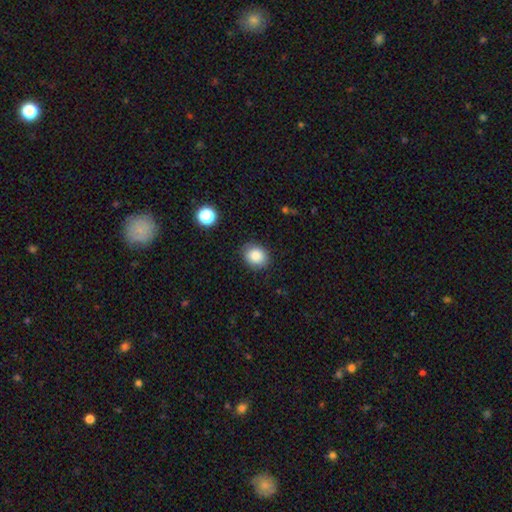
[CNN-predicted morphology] The model was most divided on "how rounded": round: 59%, in between: 40%, cigar-shaped: 1%. More confident: smooth or featured — smooth (85%); merging — none (82%).